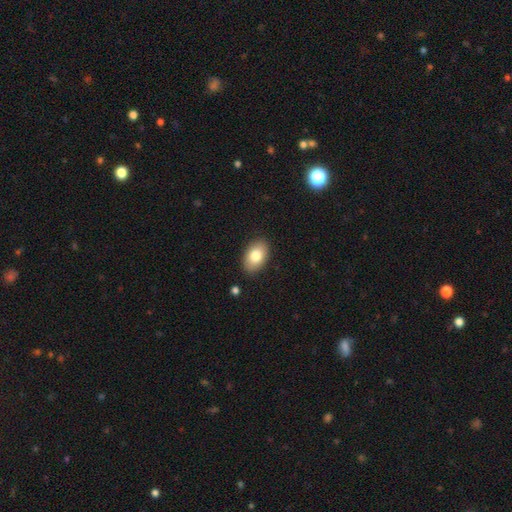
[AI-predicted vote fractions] Morphology: type=smooth (81%); roundness=in between (91%); merging=none (88%).